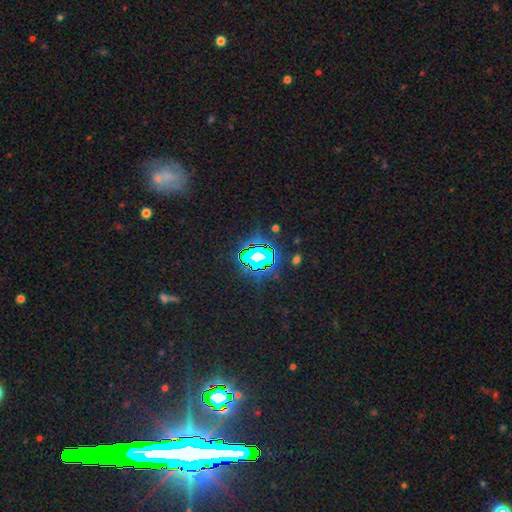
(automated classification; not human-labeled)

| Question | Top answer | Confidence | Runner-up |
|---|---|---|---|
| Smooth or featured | star or artifact | 73% | smooth (15%) |